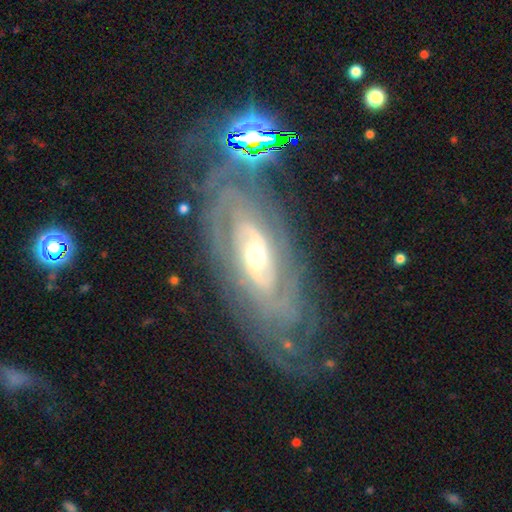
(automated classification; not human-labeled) Smooth or featured: featured or disk — 85% (smooth — 8%)
Edge-on disk: no — 91% (yes — 9%)
Bar: no — 54% (weak — 29%)
Spiral arms: yes — 89% (no — 11%)
Spiral winding: tight — 72% (medium — 21%)
Spiral arm count: can't tell — 49% (2 — 20%)
Bulge size: moderate — 53% (small — 39%)
Merging: none — 71% (minor disturbance — 16%)